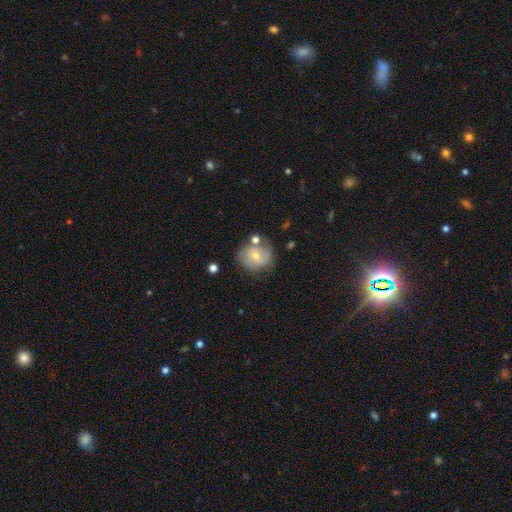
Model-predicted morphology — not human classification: Smooth or featured? Predicted: featured or disk (p=0.52). Edge-on disk? Predicted: no (p=0.97). Bar? Predicted: no (p=0.57). Spiral arms? Predicted: yes (p=0.75). Bulge size? Predicted: small (p=0.55). Merging? Predicted: none (p=0.60).